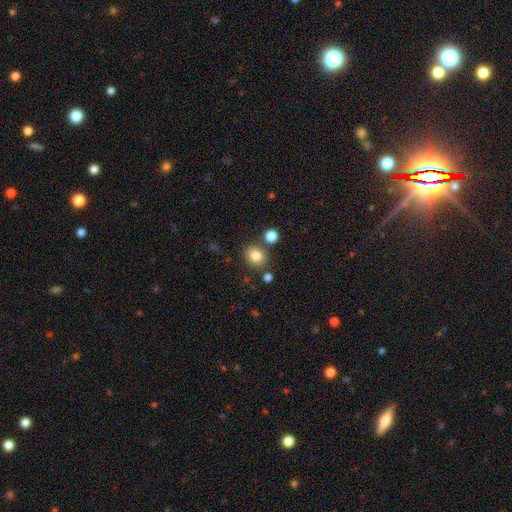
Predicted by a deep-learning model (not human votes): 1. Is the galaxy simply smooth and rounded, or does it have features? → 82% smooth, 11% star or artifact, 7% featured or disk.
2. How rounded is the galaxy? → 74% round, 25% in between, 1% cigar-shaped.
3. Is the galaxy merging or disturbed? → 78% none, 10% minor disturbance, 9% merger, 3% major disturbance.